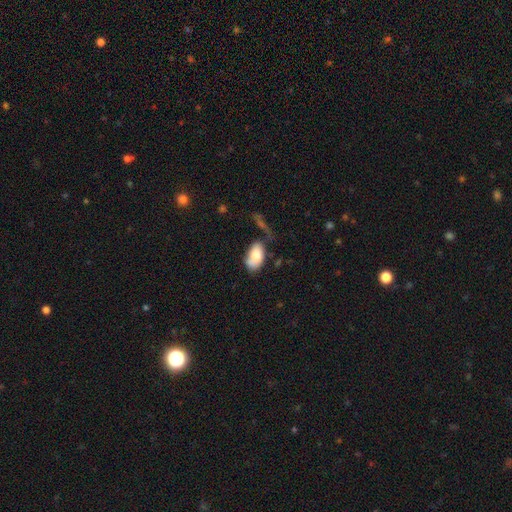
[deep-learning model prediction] Smooth or featured: smooth — 77% (featured or disk — 16%)
How rounded: in between — 93% (round — 5%)
Merging: none — 40% (minor disturbance — 26%)